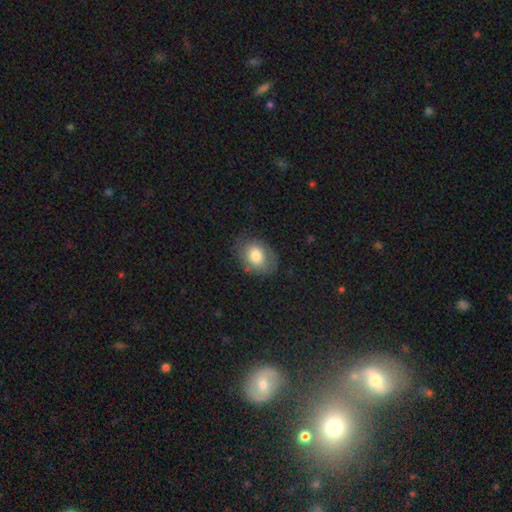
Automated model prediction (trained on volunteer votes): Overall: smooth (73%). How rounded: in between (70%). Merging: none (69%).